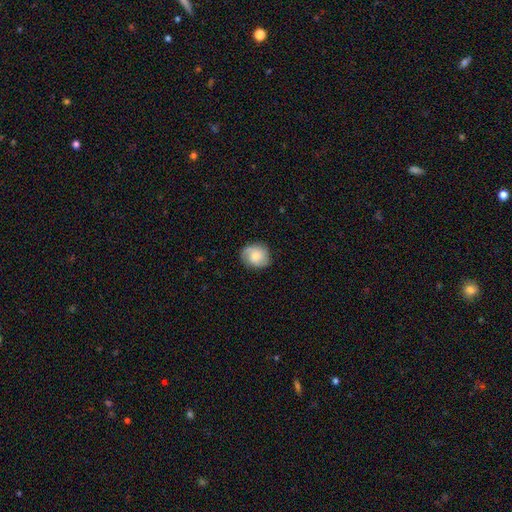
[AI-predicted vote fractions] smooth-or-featured: smooth: 55% | featured or disk: 38% | star or artifact: 8%
  how-rounded: round: 71% | in between: 28% | cigar-shaped: 1%
  merging: none: 75% | minor disturbance: 19% | major disturbance: 5% | merger: 1%